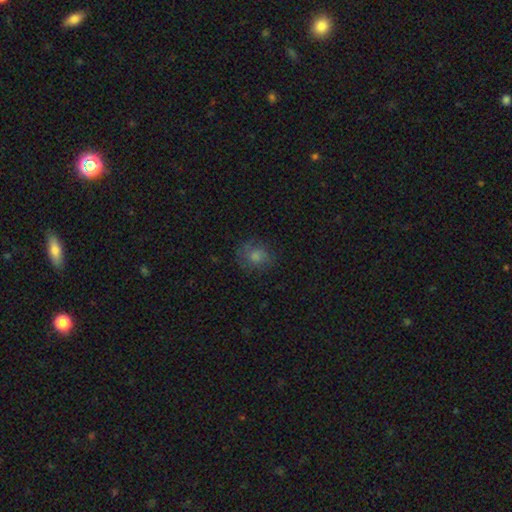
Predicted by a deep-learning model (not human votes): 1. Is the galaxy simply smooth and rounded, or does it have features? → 63% smooth, 19% star or artifact, 18% featured or disk.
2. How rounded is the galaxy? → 70% round, 29% in between, 1% cigar-shaped.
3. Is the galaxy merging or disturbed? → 76% none, 17% minor disturbance, 6% major disturbance, 1% merger.